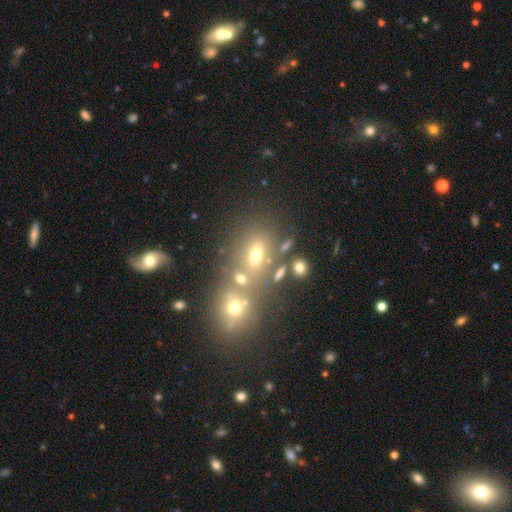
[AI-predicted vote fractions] Morphology: type=smooth (54%); roundness=in between (62%); merging=none (46%).